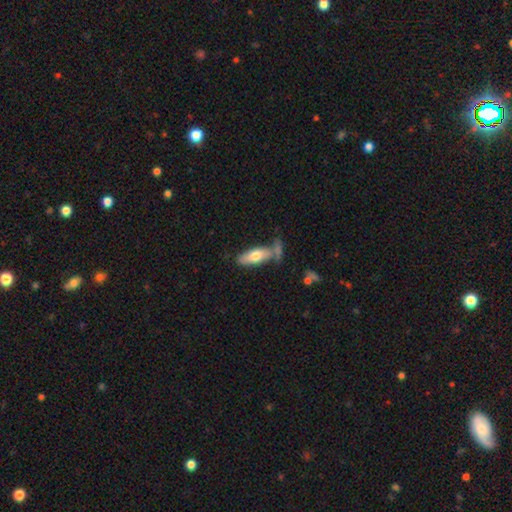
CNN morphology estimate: Smooth or featured? smooth (70%)
How rounded? in between (72%)
Merging? none (52%)